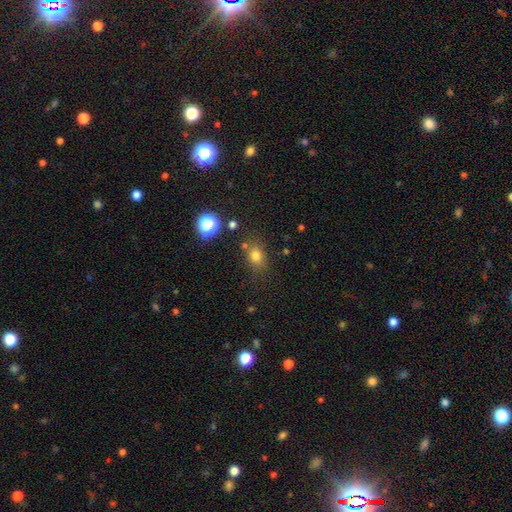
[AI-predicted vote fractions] This is likely a smooth galaxy (75%). How rounded: possibly in between (50%). Merging: likely none (73%).